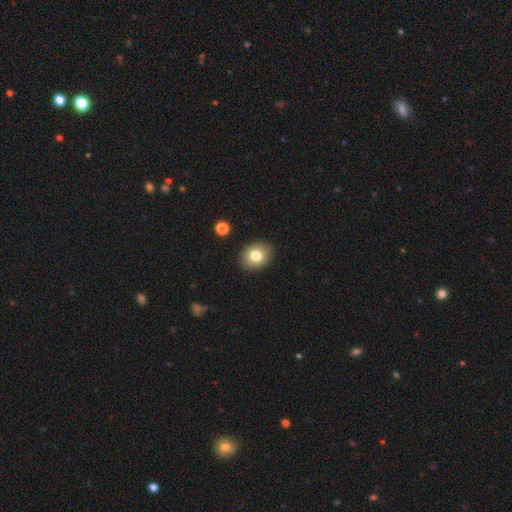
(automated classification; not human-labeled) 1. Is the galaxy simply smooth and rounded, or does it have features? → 80% smooth, 11% featured or disk, 9% star or artifact.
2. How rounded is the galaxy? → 51% round, 48% in between, 1% cigar-shaped.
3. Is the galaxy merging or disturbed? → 89% none, 8% minor disturbance, 2% major disturbance, 1% merger.